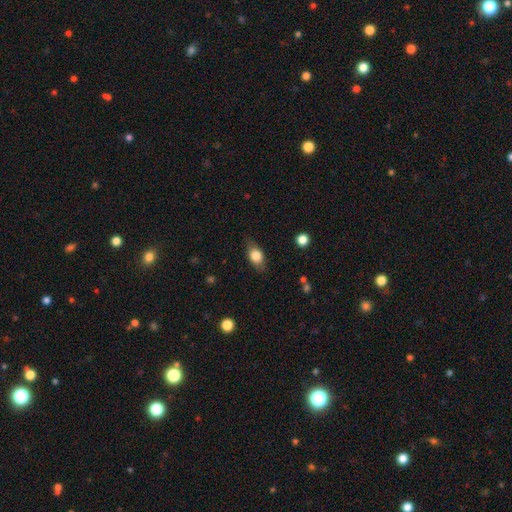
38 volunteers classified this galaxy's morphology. Q: Smooth or featured?
A: smooth (82%); runner-up: star or artifact (11%)
Q: How rounded?
A: in between (77%); runner-up: round (13%)
Q: Merging?
A: none (71%); runner-up: minor disturbance (18%)